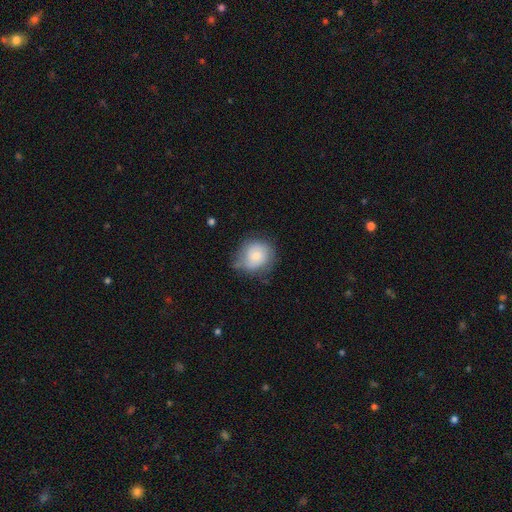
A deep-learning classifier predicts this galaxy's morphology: The model was most divided on "merging": none: 55%, minor disturbance: 31%, major disturbance: 10%, merger: 4%. More confident: how rounded — round (81%); smooth or featured — smooth (70%).